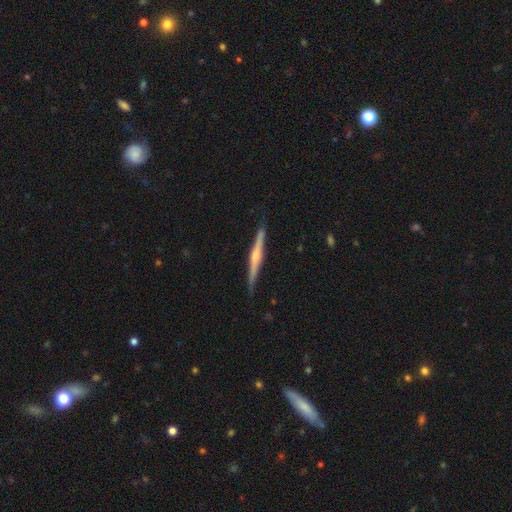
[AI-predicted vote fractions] A featured or disk galaxy (76%) viewed edge-on (98%) with a rounded central bulge (79%). Merging: none (88%).